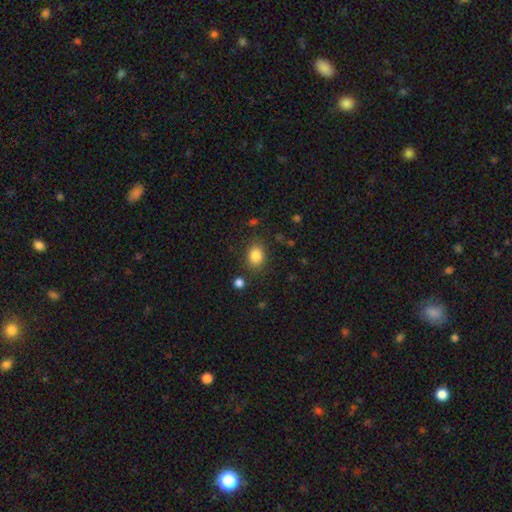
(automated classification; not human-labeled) Overall: smooth (84%). How rounded: in between (54%; round 46%). Merging: none (82%).